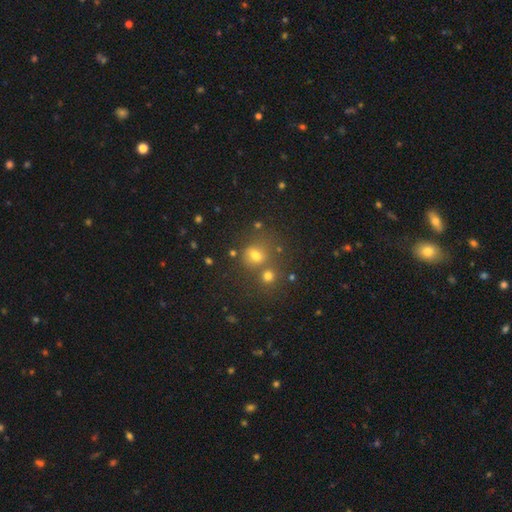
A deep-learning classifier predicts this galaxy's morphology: This is likely a smooth galaxy (63%). How rounded: likely round (63%). Merging: possibly none (51%).